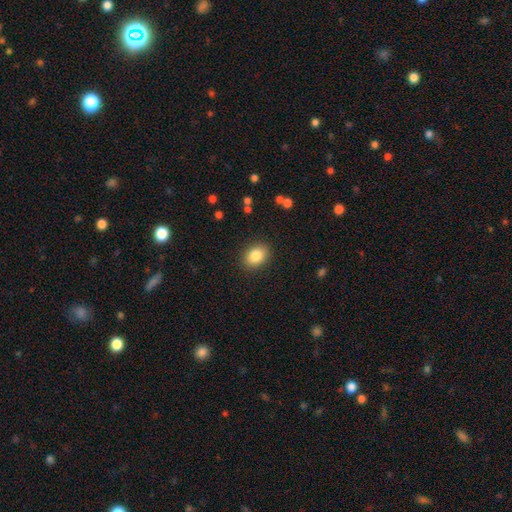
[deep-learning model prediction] smooth-or-featured: smooth: 84% | star or artifact: 8% | featured or disk: 7%
  how-rounded: in between: 67% | round: 32% | cigar-shaped: 1%
  merging: none: 88% | minor disturbance: 8% | major disturbance: 3% | merger: 1%